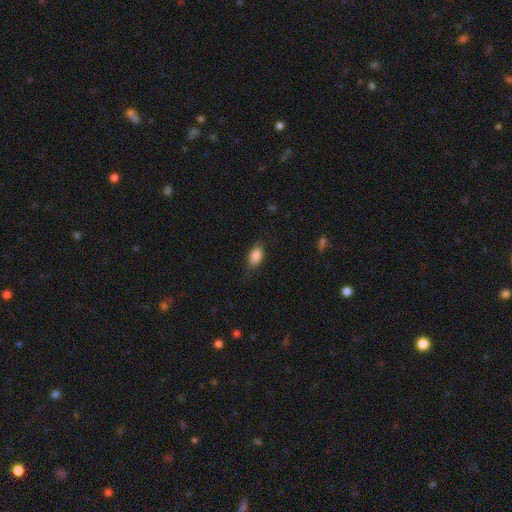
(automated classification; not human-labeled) The model was most divided on "merging": none: 71%, minor disturbance: 21%, major disturbance: 6%, merger: 1%. More confident: how rounded — in between (89%); smooth or featured — smooth (86%).